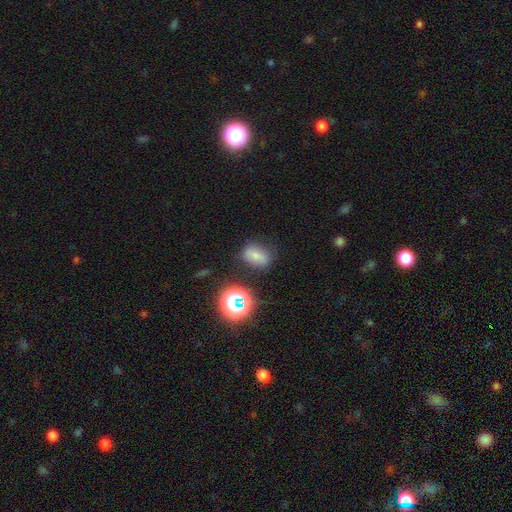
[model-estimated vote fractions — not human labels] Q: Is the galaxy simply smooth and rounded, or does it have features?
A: smooth — 67%.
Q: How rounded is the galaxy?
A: in between — 72%.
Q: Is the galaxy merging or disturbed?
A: none — 71%.